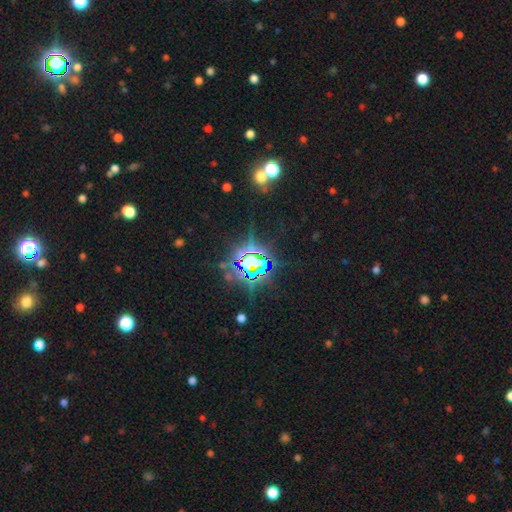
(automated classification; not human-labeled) Q: Smooth or featured?
A: star or artifact (80%); runner-up: smooth (10%)